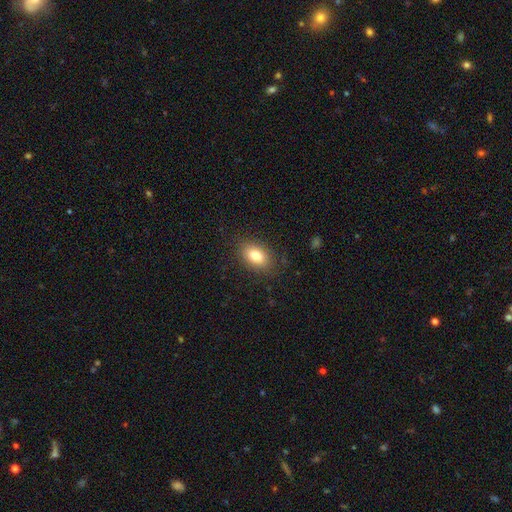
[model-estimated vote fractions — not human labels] Smooth or featured: smooth — 81% (featured or disk — 11%)
How rounded: in between — 87% (round — 11%)
Merging: none — 85% (minor disturbance — 11%)